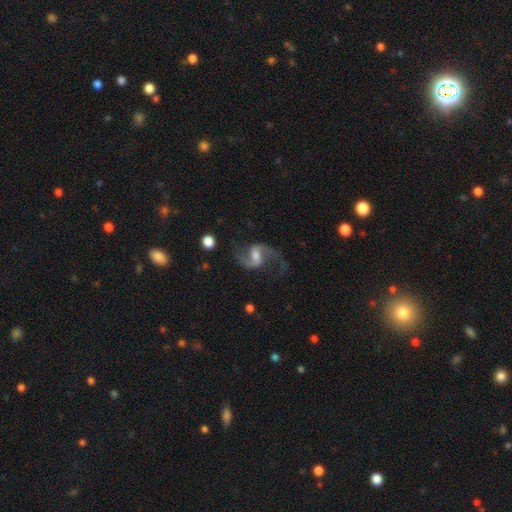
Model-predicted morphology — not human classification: Smooth or featured? featured or disk (89%)
Edge-on disk? no (98%)
Bar? weak (53%)
Spiral arms? yes (97%)
Spiral winding? loose (60%)
Spiral arm count? 2 (93%)
Bulge size? moderate (48%)
Merging? none (73%)